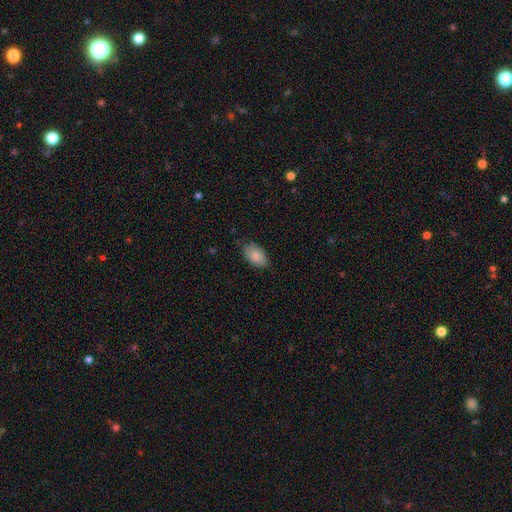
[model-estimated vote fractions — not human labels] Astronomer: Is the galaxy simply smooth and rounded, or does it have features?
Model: smooth — 84%.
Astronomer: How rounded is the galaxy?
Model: in between — 93%.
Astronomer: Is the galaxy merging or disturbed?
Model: none — 76%.